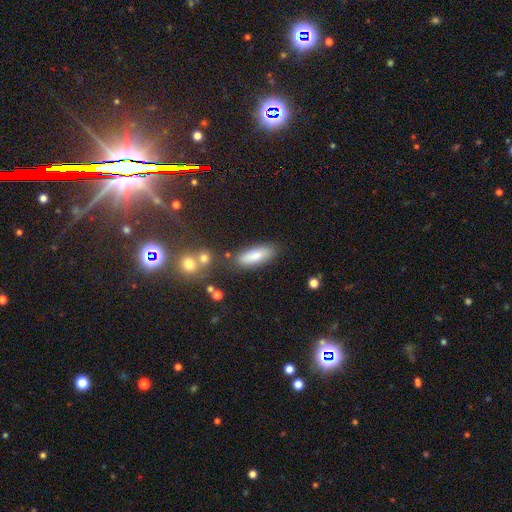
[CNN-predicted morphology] Smooth or featured?
  - smooth: 76% *
  - featured or disk: 17%
  - star or artifact: 7%
How rounded?
  - in between: 61% *
  - cigar-shaped: 36%
  - round: 3%
Merging?
  - none: 79% *
  - minor disturbance: 12%
  - merger: 6%
  - major disturbance: 3%